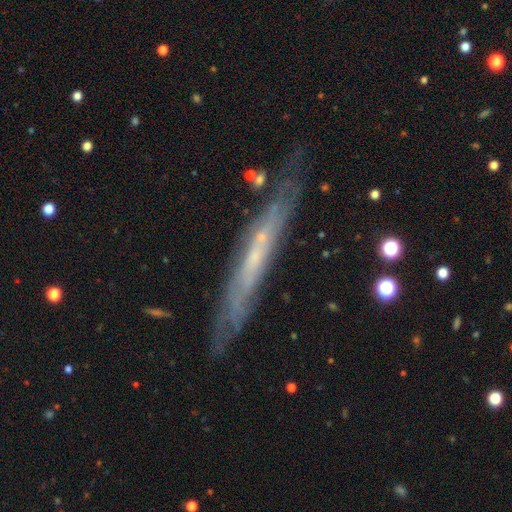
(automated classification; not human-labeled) This appears to be a featured or disk galaxy (70%) viewed edge-on (76%) with no central bulge (73%). Merging: none (77%).